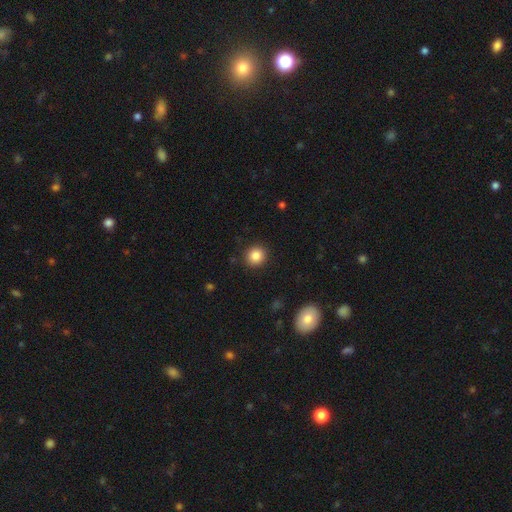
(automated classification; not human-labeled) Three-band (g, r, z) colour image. It shows a smooth galaxy with no disk features (85%) that is round (91%). Merging: none (91%).